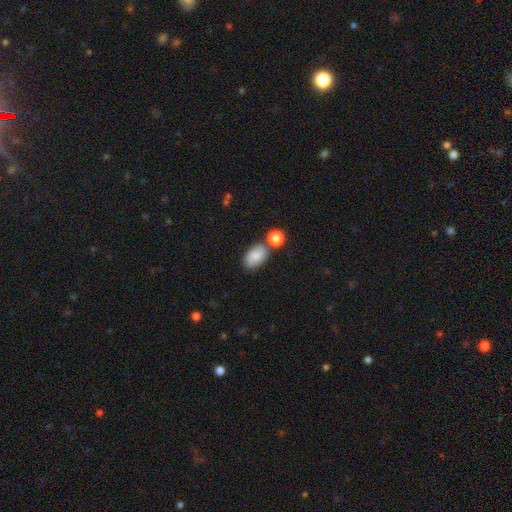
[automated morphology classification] Q: Smooth or featured?
A: smooth (74%); runner-up: featured or disk (17%)
Q: How rounded?
A: in between (87%); runner-up: round (11%)
Q: Merging?
A: none (63%); runner-up: minor disturbance (17%)